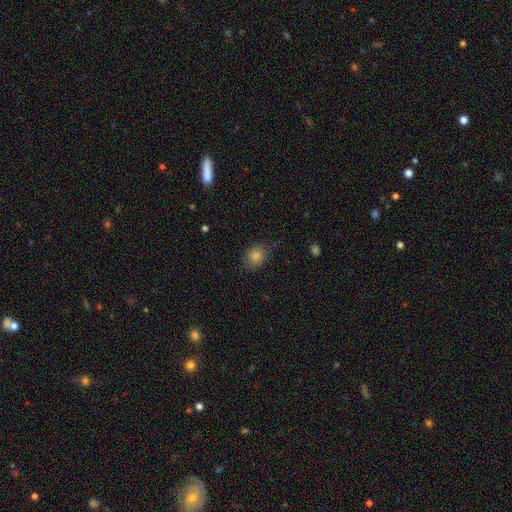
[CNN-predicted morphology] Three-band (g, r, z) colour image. It shows a smooth galaxy with no disk features (78%) that is round (61%). Merging: none (72%).